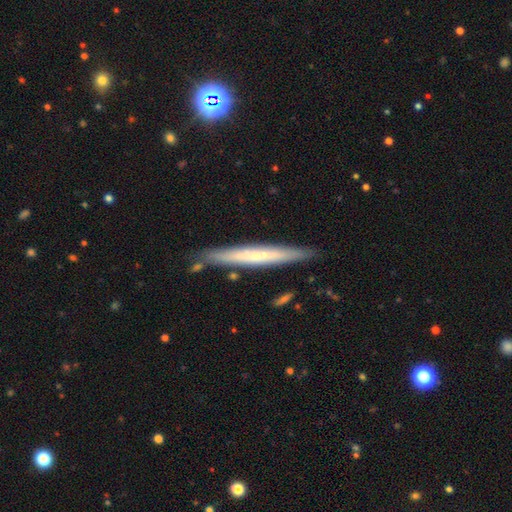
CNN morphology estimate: The model was most divided on "smooth or featured": smooth: 50%, featured or disk: 44%, star or artifact: 6%. More confident: merging — none (87%).